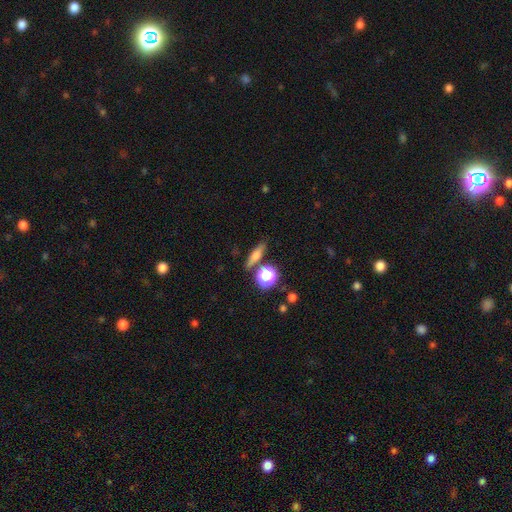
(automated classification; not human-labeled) Morphology: type=smooth (56%); roundness=cigar-shaped (54%); merging=none (80%).